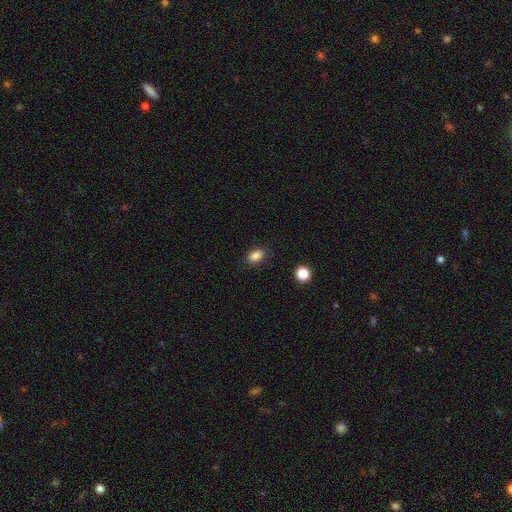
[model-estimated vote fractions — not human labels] smooth-or-featured: smooth: 86% | star or artifact: 10% | featured or disk: 4%
  how-rounded: in between: 80% | round: 18% | cigar-shaped: 1%
  merging: none: 86% | minor disturbance: 10% | major disturbance: 3% | merger: 1%